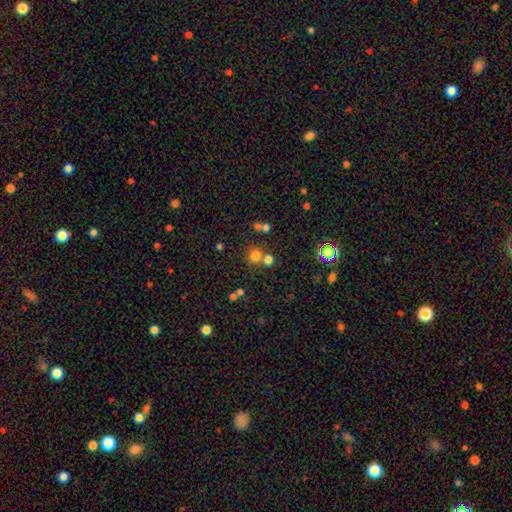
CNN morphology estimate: The model was most divided on "merging": none: 63%, merger: 26%, minor disturbance: 7%, major disturbance: 4%. More confident: how rounded — round (88%); smooth or featured — smooth (71%).